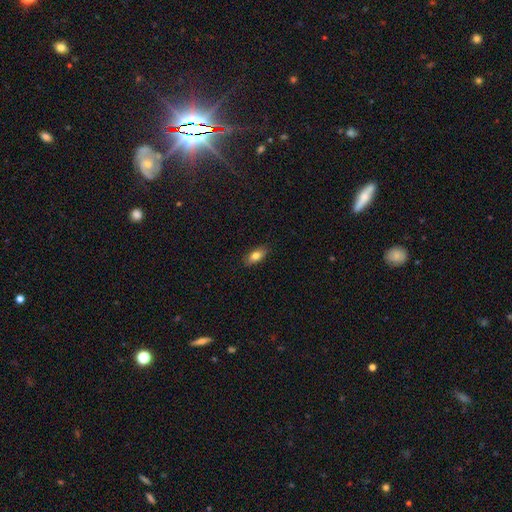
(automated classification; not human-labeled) A smooth galaxy with no disk features (79%) that is in between round and cigar-shaped (85%).

Vote fractions:
- Smooth or featured? smooth: 79% / featured or disk: 13% / star or artifact: 8%
- How rounded? in between: 85% / cigar-shaped: 11% / round: 4%
- Merging? none: 86% / minor disturbance: 11% / major disturbance: 2% / merger: 1%